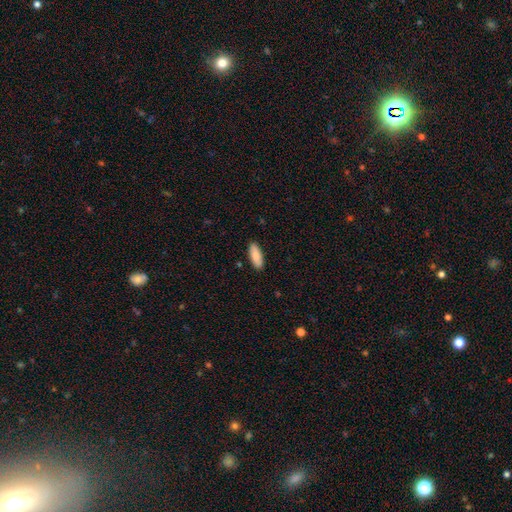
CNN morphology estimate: Smooth or featured? Predicted: smooth (p=0.83). How rounded? Predicted: in between (p=0.71). Merging? Predicted: none (p=0.89).